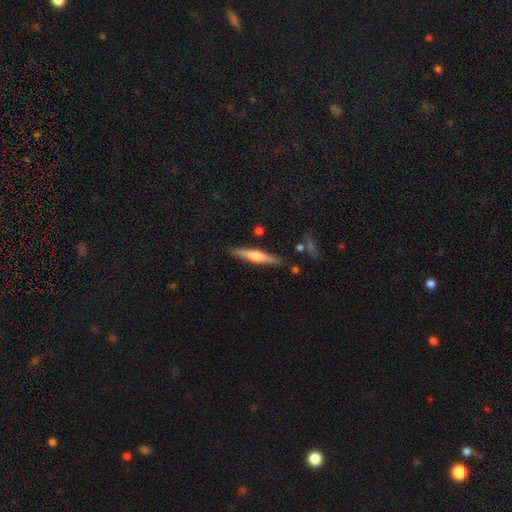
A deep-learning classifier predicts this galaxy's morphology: Smooth or featured? Predicted: featured or disk (p=0.51). Edge-on disk? Predicted: yes (p=0.96). Merging? Predicted: none (p=0.87).